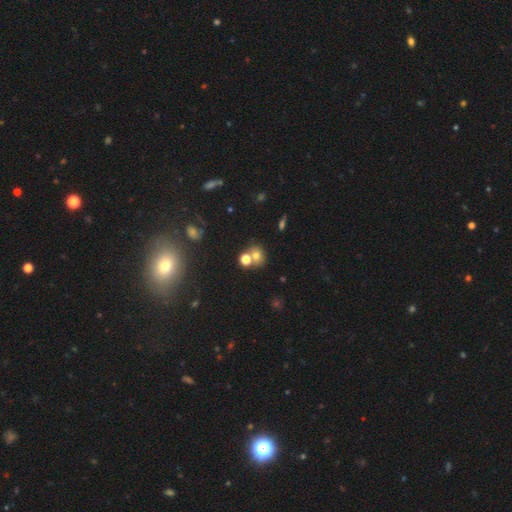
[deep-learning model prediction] This appears to be a smooth galaxy with no disk features (67%) that is round (74%). Merging: none (53%).